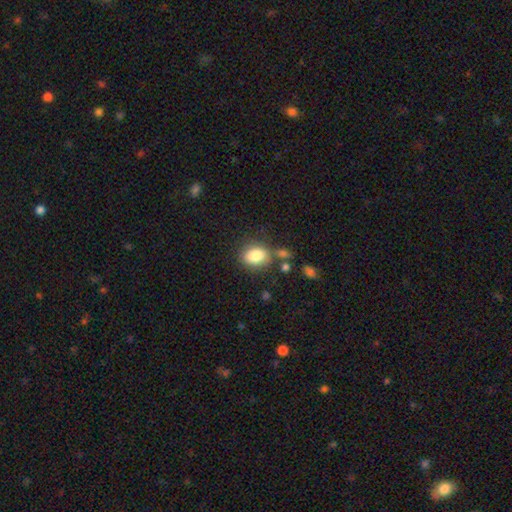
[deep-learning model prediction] Smooth or featured?
  - smooth: 84% *
  - star or artifact: 9%
  - featured or disk: 8%
How rounded?
  - in between: 68% *
  - round: 31%
  - cigar-shaped: 1%
Merging?
  - none: 69% *
  - minor disturbance: 16%
  - merger: 10%
  - major disturbance: 5%